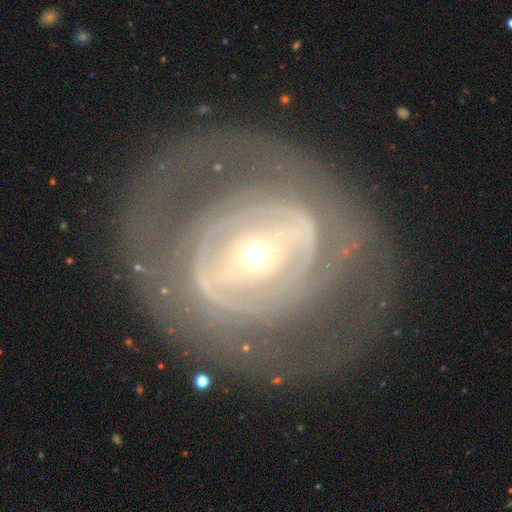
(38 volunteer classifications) Overall: featured or disk (89%). Edge-on disk: no (94%). Bar: strong (53%; weak 31%). Spiral arms: yes (78%). Spiral arm count: 2 (60%; can't tell 36%). Spiral winding: tight (60%; medium 32%). Bulge size: small (56%; moderate 38%). Merging: none (58%; minor disturbance 24%).